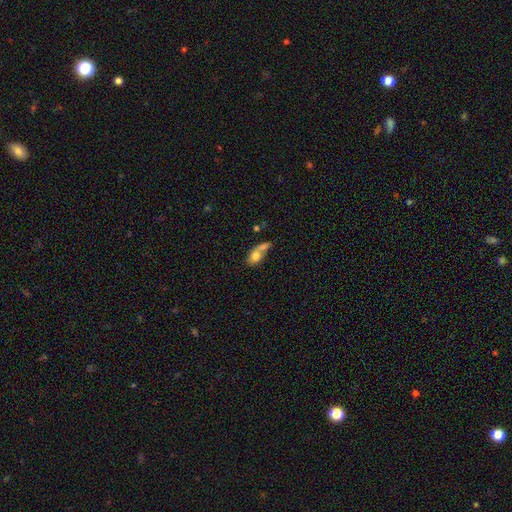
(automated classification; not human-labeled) This appears to be a smooth galaxy with no disk features (60%) that is in between round and cigar-shaped (61%). Merging: merger (46%).